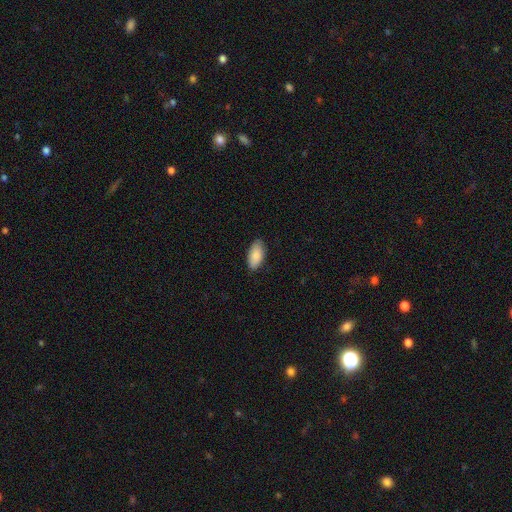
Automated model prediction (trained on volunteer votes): Smooth or featured? Predicted: smooth (p=0.88). How rounded? Predicted: in between (p=0.94). Merging? Predicted: none (p=0.84).